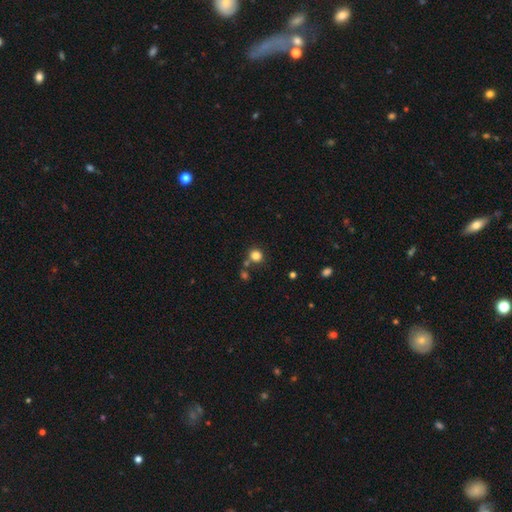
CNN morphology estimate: Smooth or featured?
  - smooth: 82% *
  - star or artifact: 13%
  - featured or disk: 5%
How rounded?
  - round: 86% *
  - in between: 13%
  - cigar-shaped: 1%
Merging?
  - none: 73% *
  - merger: 14%
  - minor disturbance: 10%
  - major disturbance: 4%